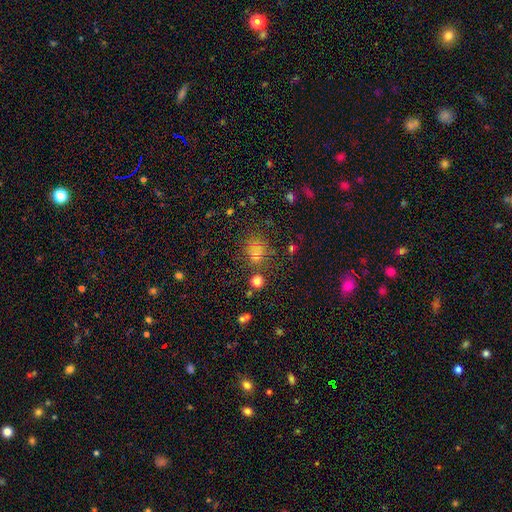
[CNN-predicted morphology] Overall: smooth (58%; star or artifact 32%). How rounded: round (54%; in between 45%). Merging: none (61%).